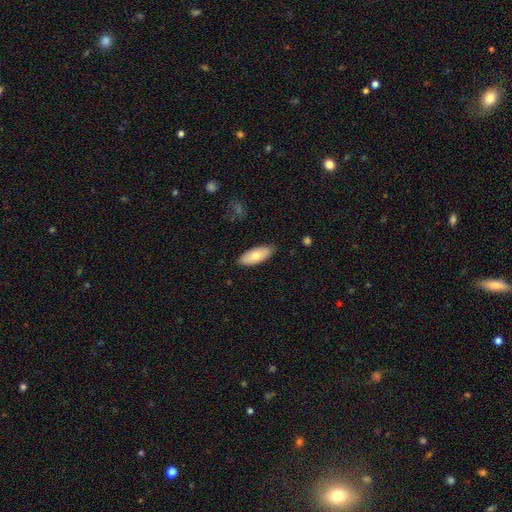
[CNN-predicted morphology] Q: Smooth or featured?
A: smooth (72%); runner-up: featured or disk (22%)
Q: How rounded?
A: in between (86%); runner-up: cigar-shaped (12%)
Q: Merging?
A: none (86%); runner-up: minor disturbance (11%)